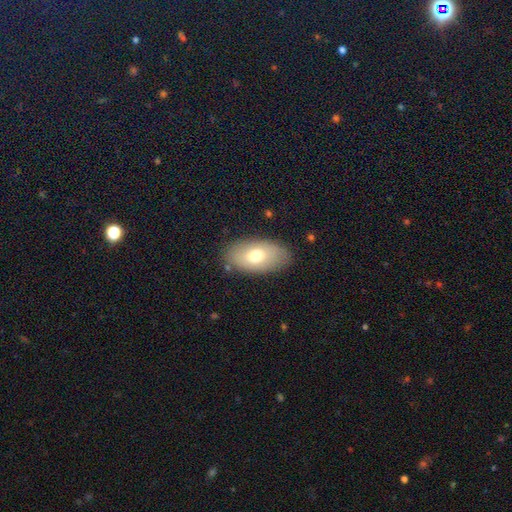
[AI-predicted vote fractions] Smooth or featured?
  - smooth: 69% *
  - featured or disk: 23%
  - star or artifact: 7%
How rounded?
  - in between: 93% *
  - round: 4%
  - cigar-shaped: 3%
Merging?
  - none: 84% *
  - minor disturbance: 12%
  - major disturbance: 3%
  - merger: 2%